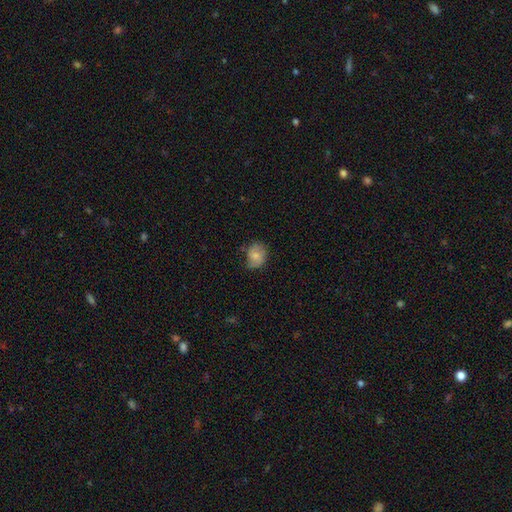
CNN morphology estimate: type=smooth (65%); roundness=round (54%); merging=none (56%).